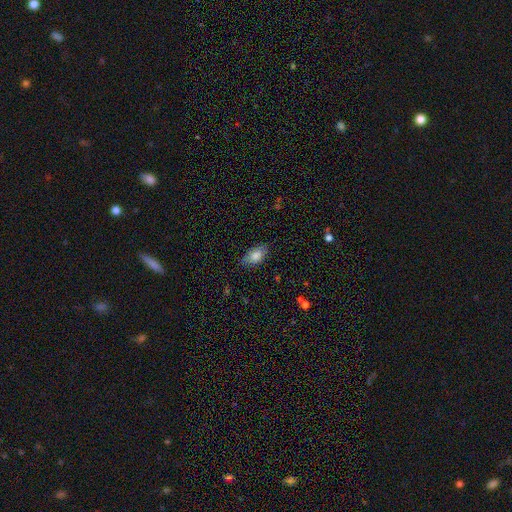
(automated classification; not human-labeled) Smooth or featured: smooth — 81% (featured or disk — 11%)
How rounded: in between — 90% (cigar-shaped — 5%)
Merging: none — 77% (minor disturbance — 18%)